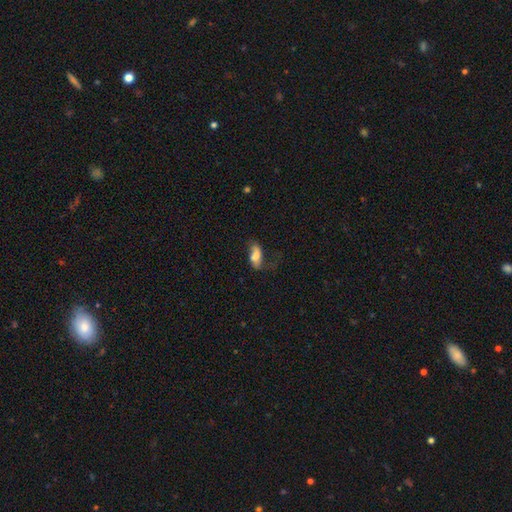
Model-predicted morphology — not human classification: smooth 60%, featured or disk 31%, star or artifact 9%. Down the decision tree: how rounded — in between (85%); merging — none (40%).